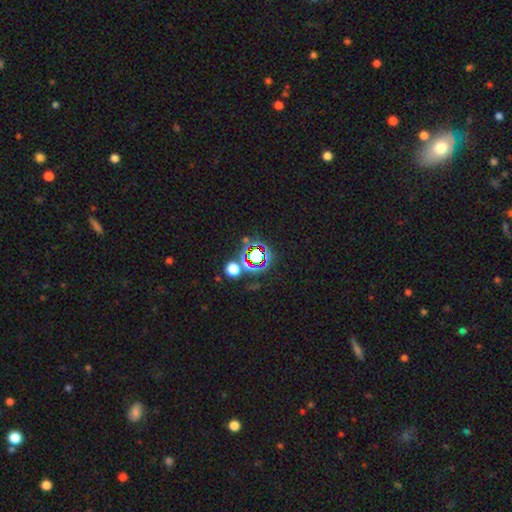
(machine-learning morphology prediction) This appears to be a star or artifact, not a galaxy (65%).